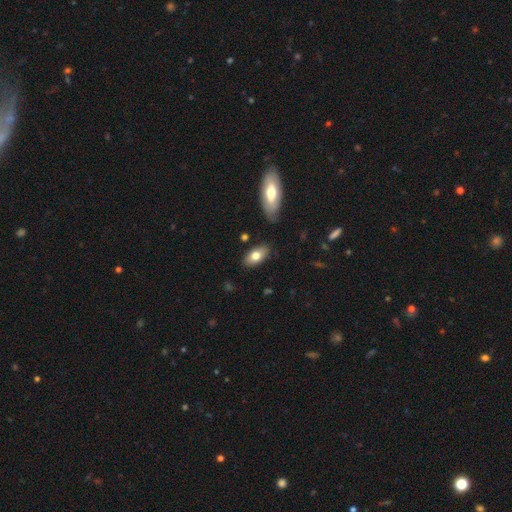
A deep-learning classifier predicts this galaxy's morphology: A smooth galaxy with no disk features (76%) that is in between round and cigar-shaped (90%). Merging: none (83%).